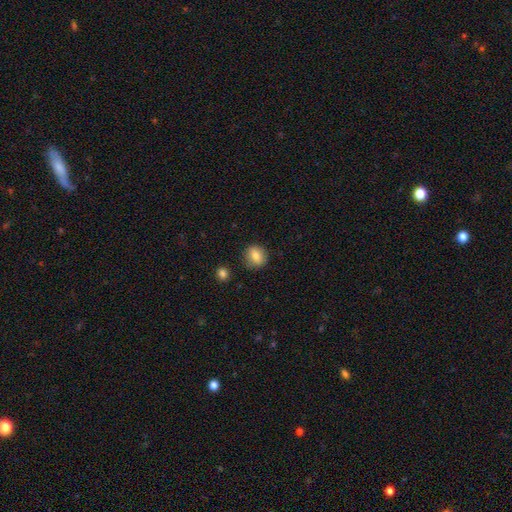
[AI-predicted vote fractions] smooth 80%, featured or disk 11%, star or artifact 9%. Down the decision tree: how rounded — round (72%); merging — none (86%).